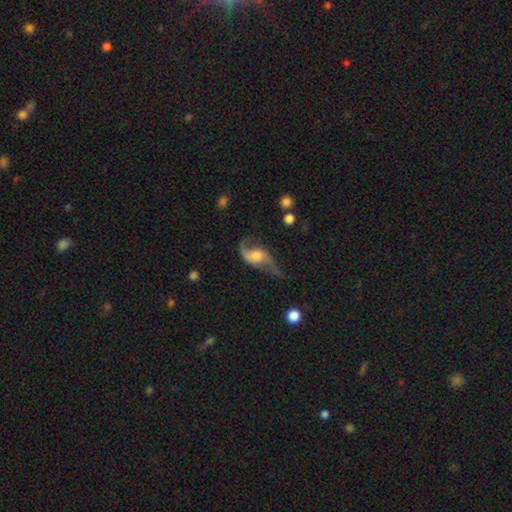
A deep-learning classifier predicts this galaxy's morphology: A featured or disk galaxy (84%) with no bar (55%), 2 (90%) loose (80%) spiral arms (95%) and a moderate central bulge (50%). Merging: none (54%).